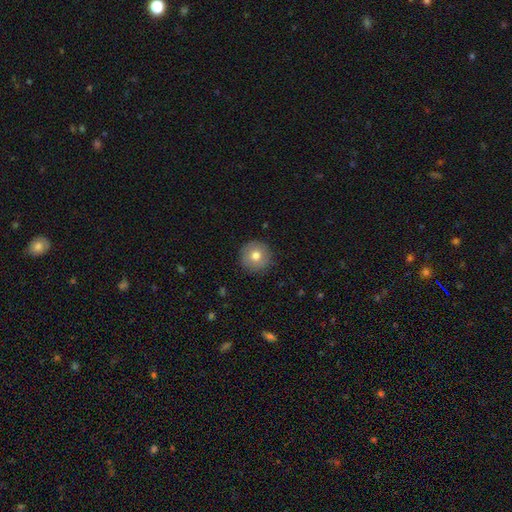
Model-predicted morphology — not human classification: Smooth or featured? smooth (76%)
How rounded? round (96%)
Merging? none (90%)